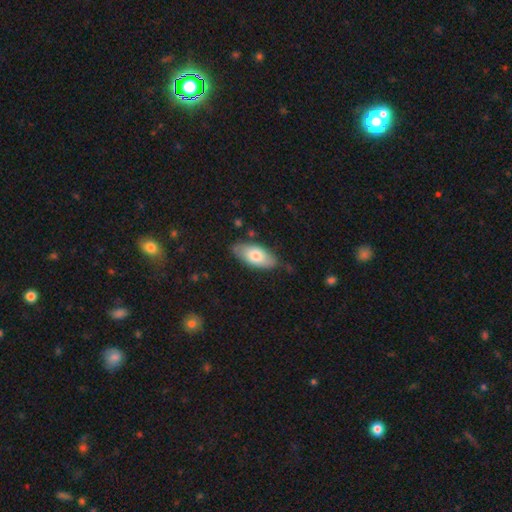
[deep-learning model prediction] Smooth or featured? Predicted: smooth (p=0.73). How rounded? Predicted: in between (p=0.90). Merging? Predicted: none (p=0.79).